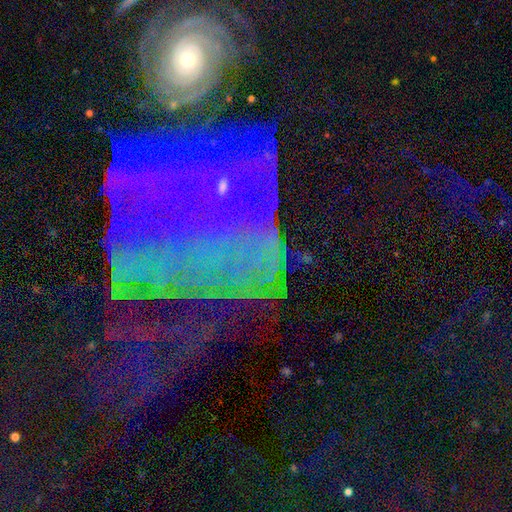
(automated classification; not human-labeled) Smooth or featured?
  - featured or disk: 48% *
  - star or artifact: 35%
  - smooth: 17%
Merging?
  - none: 44% *
  - major disturbance: 26%
  - minor disturbance: 15%
  - merger: 14%